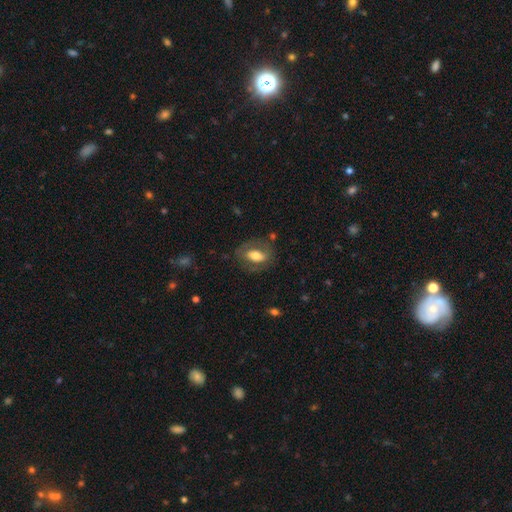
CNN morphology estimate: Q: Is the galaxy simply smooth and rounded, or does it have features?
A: smooth — 55%.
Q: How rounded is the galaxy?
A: in between — 83%.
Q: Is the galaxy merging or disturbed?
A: none — 70%.